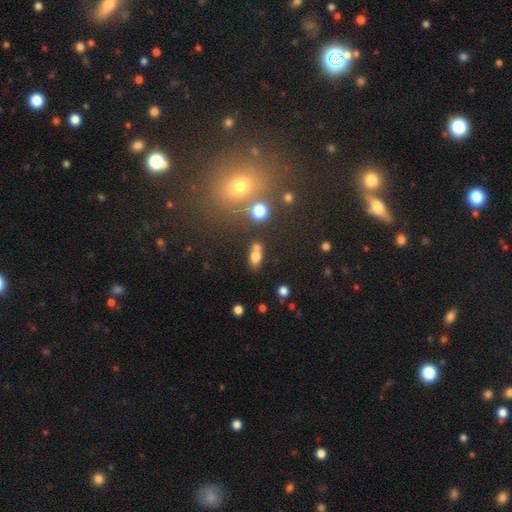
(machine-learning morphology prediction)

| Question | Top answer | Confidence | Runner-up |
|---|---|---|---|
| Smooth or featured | smooth | 74% | featured or disk (14%) |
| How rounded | in between | 80% | round (10%) |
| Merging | none | 55% | merger (24%) |